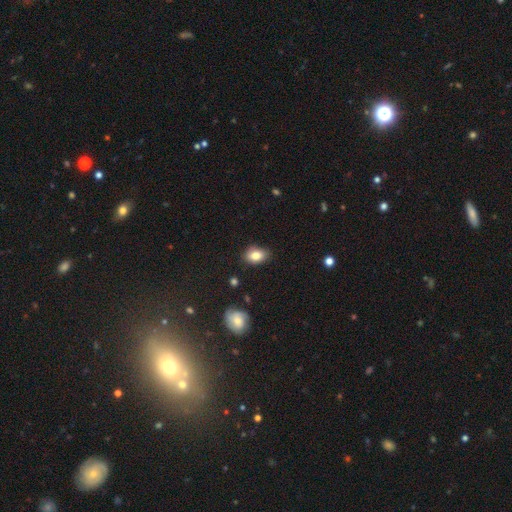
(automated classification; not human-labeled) Morphology: type=smooth (83%); roundness=in between (80%); merging=none (76%).